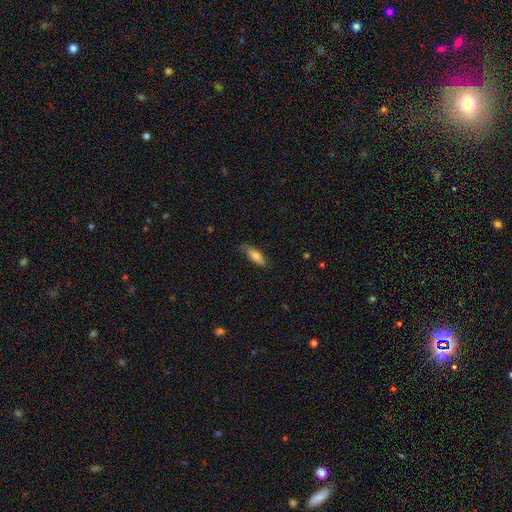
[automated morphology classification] Smooth or featured? smooth (75%)
How rounded? in between (59%)
Merging? none (79%)